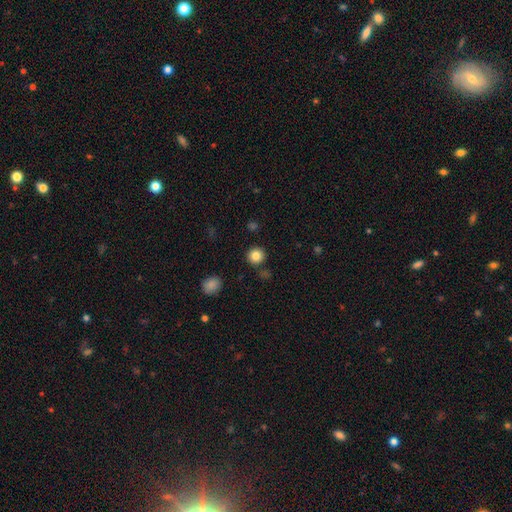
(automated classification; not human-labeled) A smooth galaxy with no disk features (83%) that is round (94%). Merging: none (88%).